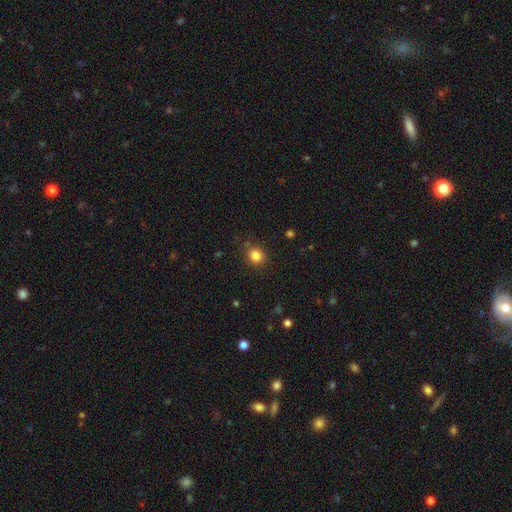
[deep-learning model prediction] smooth_or_featured: smooth (p=0.83) [alt: star or artifact p=0.12]
how_rounded: round (p=0.80) [alt: in between p=0.19]
merging: none (p=0.84) [alt: minor disturbance p=0.10]